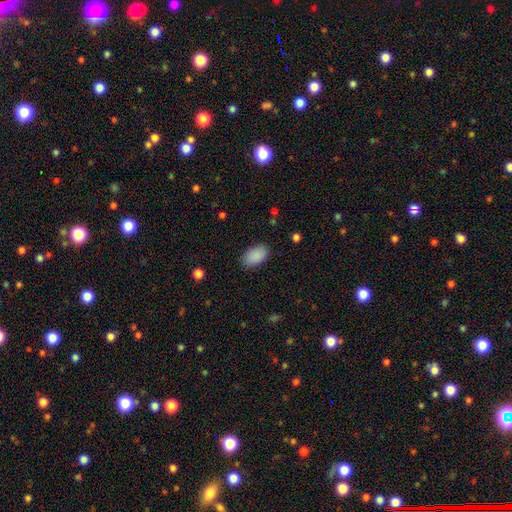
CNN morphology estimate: Smooth or featured? Predicted: smooth (p=0.90). How rounded? Predicted: in between (p=0.93). Merging? Predicted: none (p=0.85).